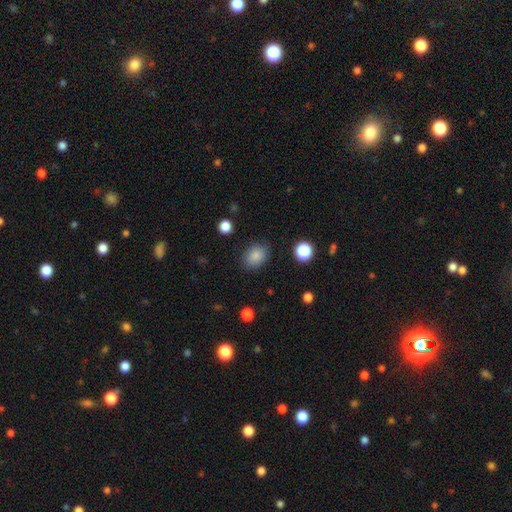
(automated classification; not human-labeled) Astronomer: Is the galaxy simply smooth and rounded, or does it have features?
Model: smooth — 85%.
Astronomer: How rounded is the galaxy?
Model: in between — 66%.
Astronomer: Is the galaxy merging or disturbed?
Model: none — 83%.